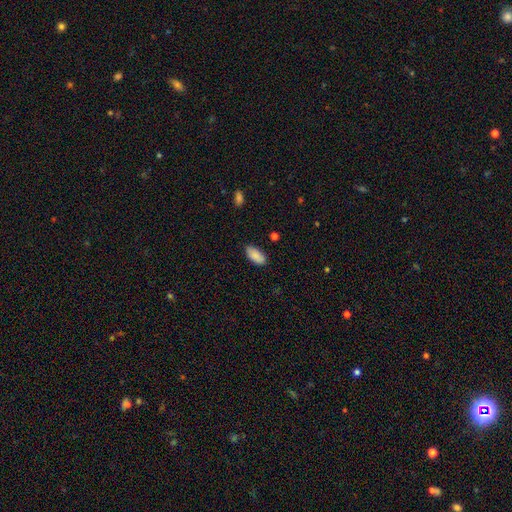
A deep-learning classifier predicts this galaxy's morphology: A smooth galaxy with no disk features (88%) that is in between round and cigar-shaped (92%).

Vote fractions:
- Smooth or featured? smooth: 88% / star or artifact: 7% / featured or disk: 5%
- How rounded? in between: 92% / cigar-shaped: 6% / round: 2%
- Merging? none: 83% / minor disturbance: 13% / major disturbance: 2% / merger: 1%